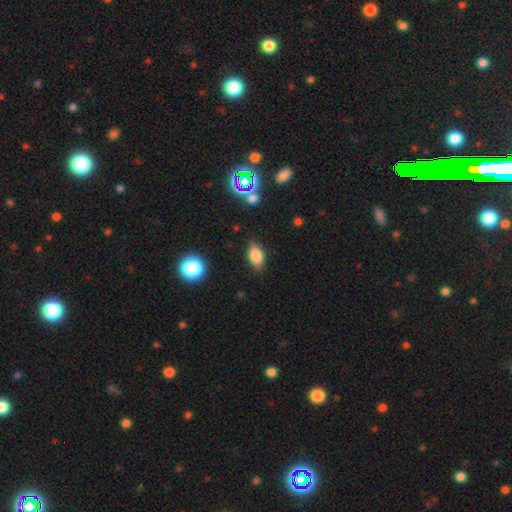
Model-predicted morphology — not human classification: type=smooth (79%); roundness=in between (87%); merging=none (83%).